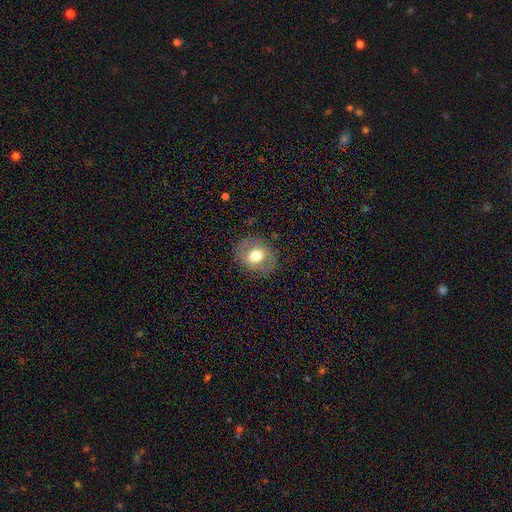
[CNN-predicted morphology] smooth 59%, featured or disk 33%, star or artifact 9%. Down the decision tree: how rounded — round (56%); merging — none (81%).